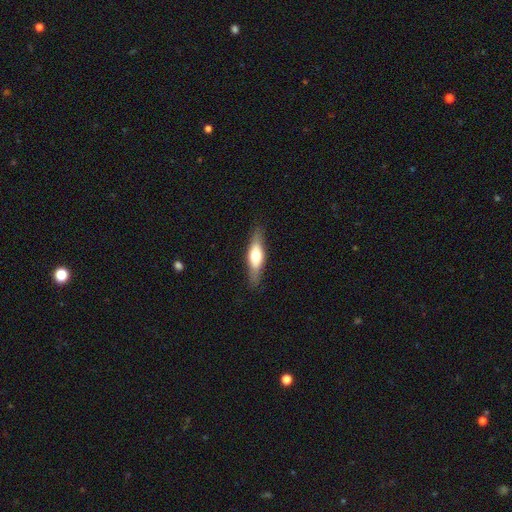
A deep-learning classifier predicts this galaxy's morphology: A smooth galaxy with no disk features (50%). Merging: none (84%).